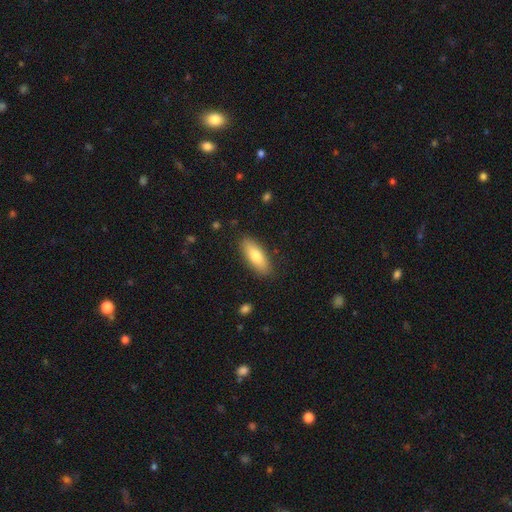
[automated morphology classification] Smooth or featured: smooth — 77% (featured or disk — 17%)
How rounded: in between — 70% (cigar-shaped — 28%)
Merging: none — 86% (minor disturbance — 10%)